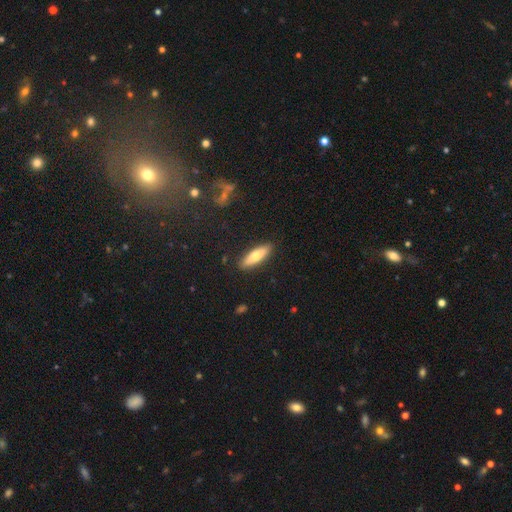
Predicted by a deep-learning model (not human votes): This appears to be a smooth galaxy with no disk features (68%) that is in between round and cigar-shaped (49%, tied with cigar-shaped). Merging: none (88%).